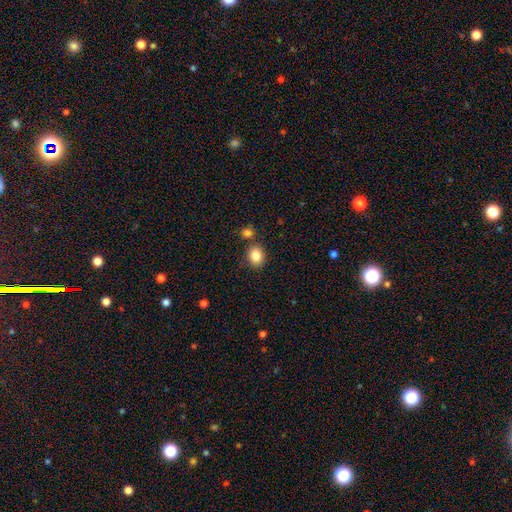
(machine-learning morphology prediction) Smooth or featured? smooth (85%)
How rounded? round (55%)
Merging? none (78%)